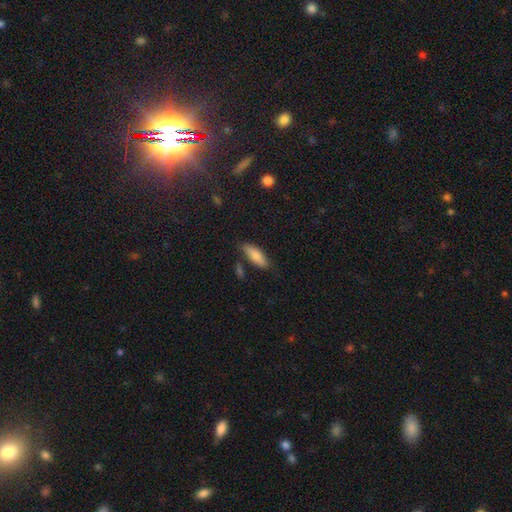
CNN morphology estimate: A smooth galaxy with no disk features (81%) that is in between round and cigar-shaped (68%).

Vote fractions:
- Smooth or featured? smooth: 81% / featured or disk: 12% / star or artifact: 6%
- How rounded? in between: 68% / cigar-shaped: 30% / round: 2%
- Merging? none: 74% / minor disturbance: 17% / merger: 6% / major disturbance: 3%